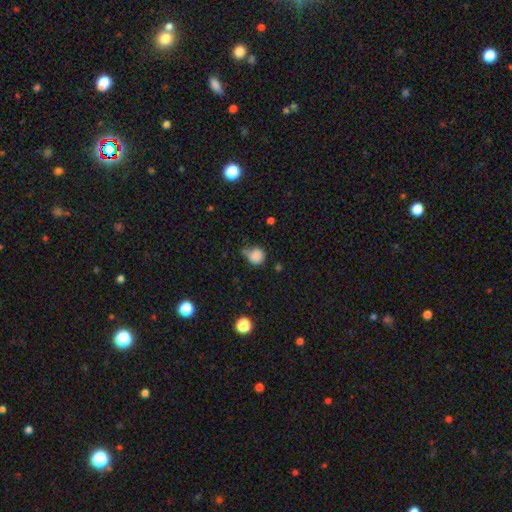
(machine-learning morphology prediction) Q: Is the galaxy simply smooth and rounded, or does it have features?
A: smooth — 82%.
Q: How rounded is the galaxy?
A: round — 79%.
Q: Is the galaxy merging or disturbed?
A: none — 46%.